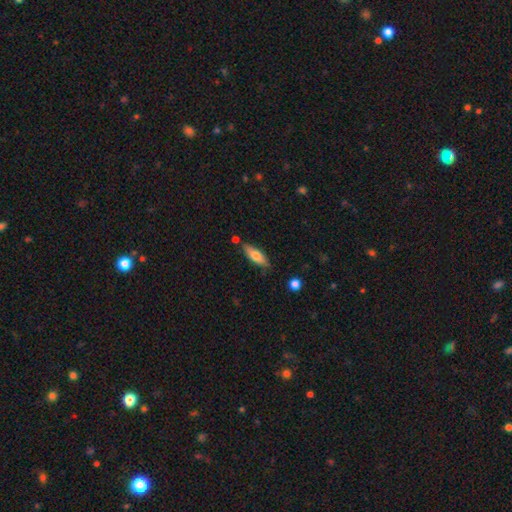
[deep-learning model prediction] Smooth or featured? Predicted: smooth (p=0.69). How rounded? Predicted: in between (p=0.55). Merging? Predicted: none (p=0.76).